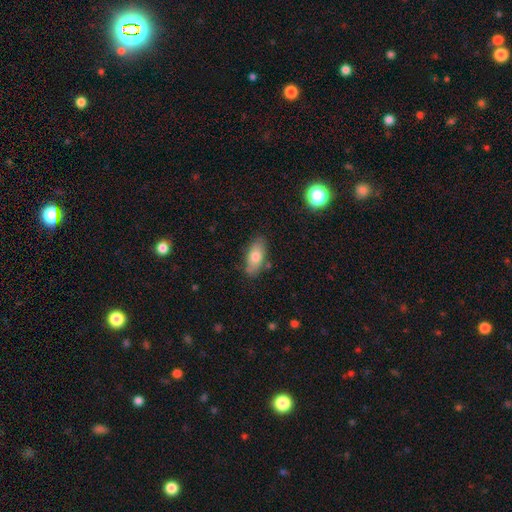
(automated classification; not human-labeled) Morphology: type=smooth (75%); roundness=in between (87%); merging=none (77%).